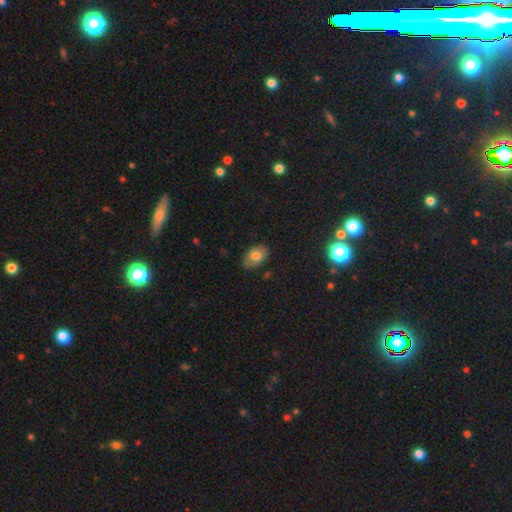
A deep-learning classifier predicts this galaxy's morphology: Smooth or featured?
  - smooth: 73% *
  - featured or disk: 18%
  - star or artifact: 9%
How rounded?
  - in between: 85% *
  - round: 14%
  - cigar-shaped: 1%
Merging?
  - none: 80% *
  - minor disturbance: 16%
  - major disturbance: 3%
  - merger: 1%